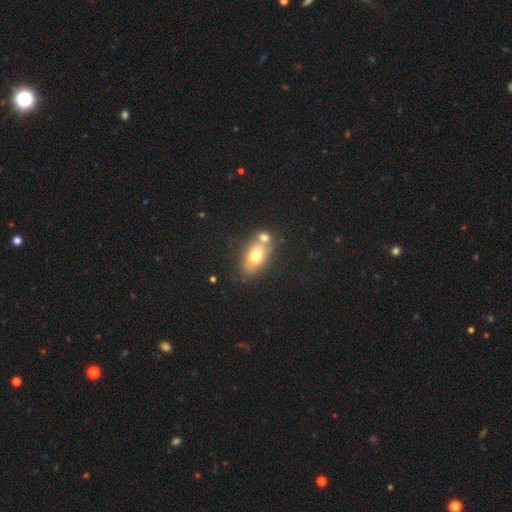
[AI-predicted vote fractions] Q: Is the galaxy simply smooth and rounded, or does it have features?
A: smooth — 69%.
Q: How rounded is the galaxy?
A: in between — 81%.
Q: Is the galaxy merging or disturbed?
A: none — 46%.